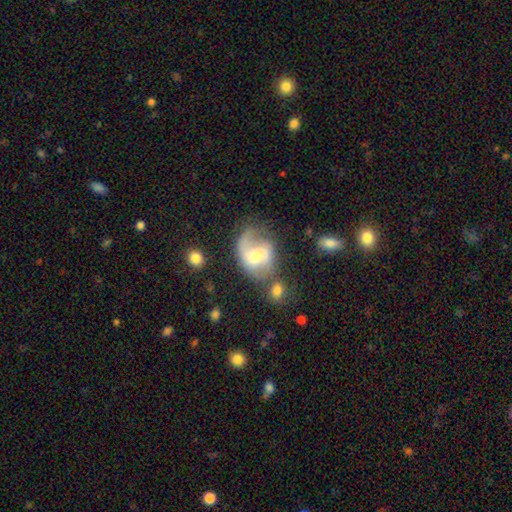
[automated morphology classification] Smooth or featured? featured or disk (65%)
Edge-on disk? no (97%)
Bar? weak (46%)
Spiral arms? yes (83%)
Spiral winding? loose (53%)
Spiral arm count? 2 (62%)
Bulge size? moderate (59%)
Merging? none (34%)